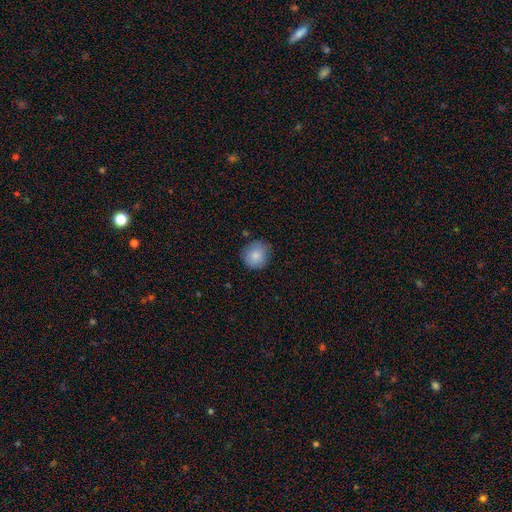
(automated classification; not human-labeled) Smooth or featured: smooth — 84% (featured or disk — 8%)
How rounded: round — 90% (in between — 9%)
Merging: none — 79% (minor disturbance — 17%)